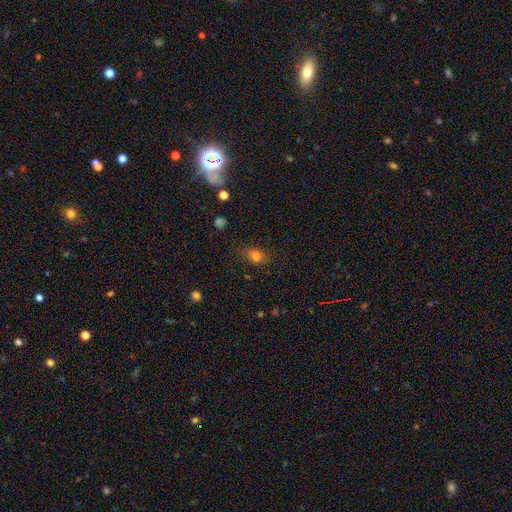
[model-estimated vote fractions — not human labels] smooth 71%, star or artifact 18%, featured or disk 11%. Down the decision tree: how rounded — in between (65%); merging — none (66%).